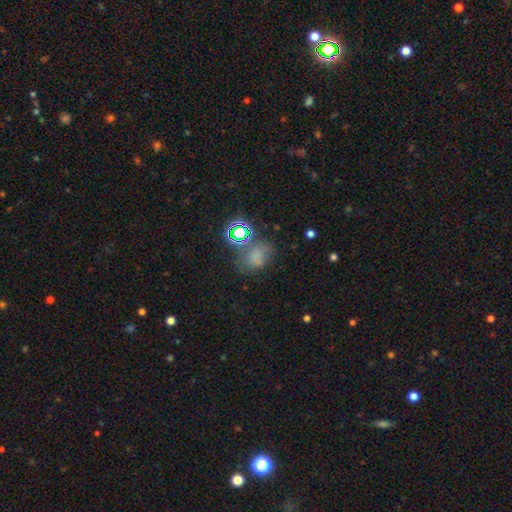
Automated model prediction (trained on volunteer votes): This appears to be a smooth galaxy with no disk features (55%) that is in between round and cigar-shaped (56%). Merging: none (44%).